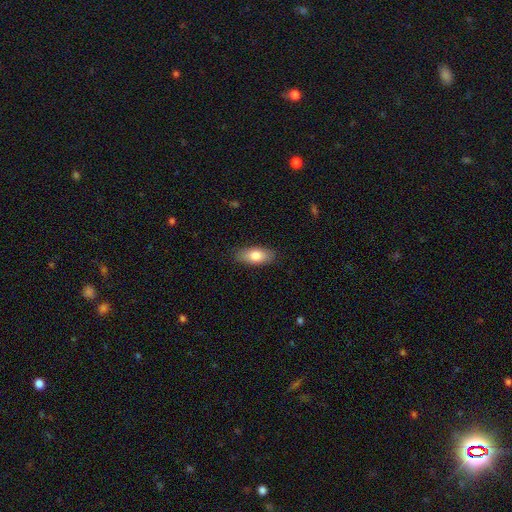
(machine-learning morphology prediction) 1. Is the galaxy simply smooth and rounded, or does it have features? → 80% smooth, 14% featured or disk, 6% star or artifact.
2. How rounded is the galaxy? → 86% in between, 11% cigar-shaped, 3% round.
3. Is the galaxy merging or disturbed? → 86% none, 11% minor disturbance, 2% major disturbance, 1% merger.